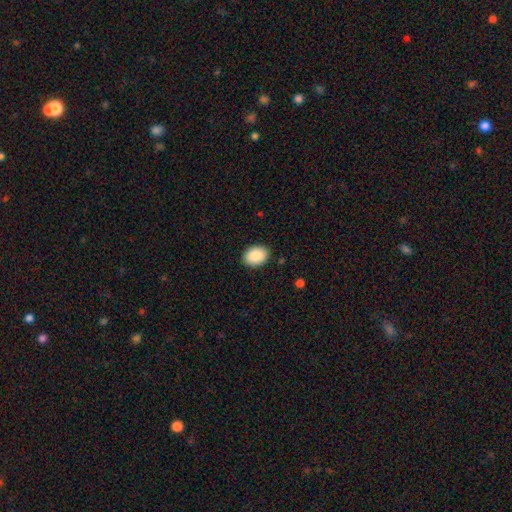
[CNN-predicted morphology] Overall: smooth (89%). How rounded: in between (76%). Merging: none (89%).